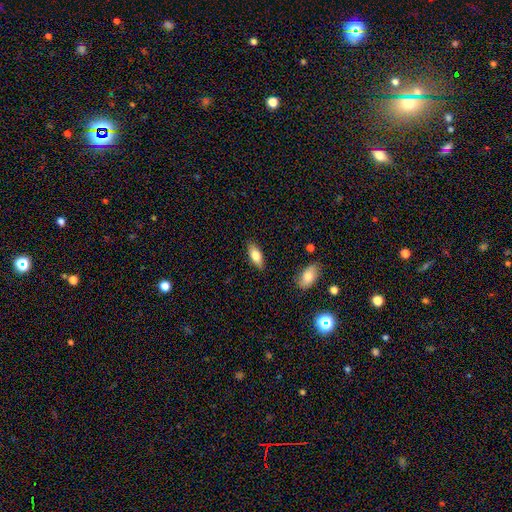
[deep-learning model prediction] A smooth galaxy with no disk features (72%) that is in between round and cigar-shaped (79%).

Vote fractions:
- Smooth or featured? smooth: 72% / featured or disk: 21% / star or artifact: 7%
- How rounded? in between: 79% / cigar-shaped: 18% / round: 3%
- Merging? none: 85% / minor disturbance: 11% / major disturbance: 2% / merger: 2%